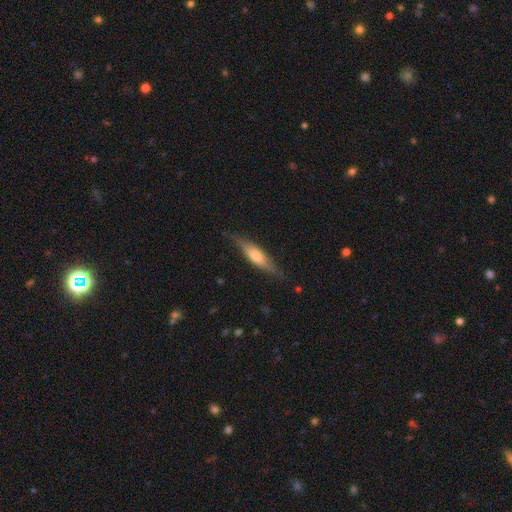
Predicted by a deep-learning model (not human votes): smooth-or-featured: featured or disk: 55% | smooth: 38% | star or artifact: 6%
  disk-edge-on: yes: 92% | no: 8%
    edge-on-bulge: rounded: 74% | boxy: 15% | none: 11%
  merging: none: 82% | minor disturbance: 14% | major disturbance: 3% | merger: 1%